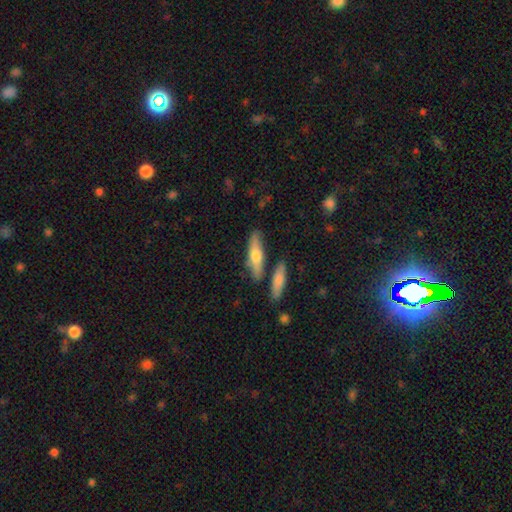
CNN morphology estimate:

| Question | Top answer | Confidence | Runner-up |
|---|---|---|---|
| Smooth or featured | smooth | 54% | featured or disk (40%) |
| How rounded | cigar-shaped | 68% | in between (29%) |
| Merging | none | 78% | minor disturbance (11%) |